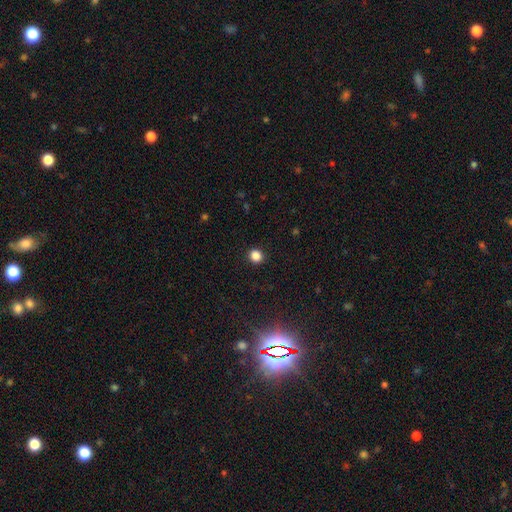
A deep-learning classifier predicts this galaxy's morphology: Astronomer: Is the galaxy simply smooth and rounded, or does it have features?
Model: smooth — 84%.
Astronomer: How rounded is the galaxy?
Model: round — 86%.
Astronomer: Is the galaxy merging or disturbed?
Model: none — 92%.